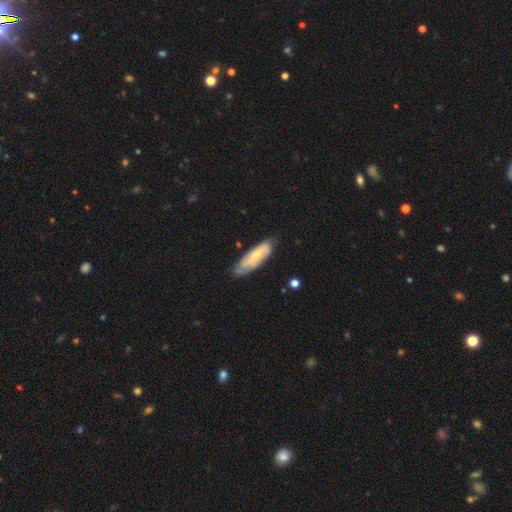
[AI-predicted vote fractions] This is possibly a featured or disk galaxy (51%). It is likely not viewed edge-on (77%). Merging: likely none (64%).